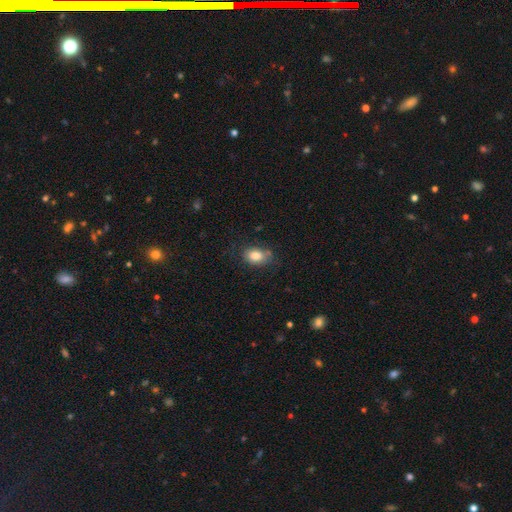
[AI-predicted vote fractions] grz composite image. It shows a smooth galaxy with no disk features (82%) that is in between round and cigar-shaped (78%). Merging: none (69%).